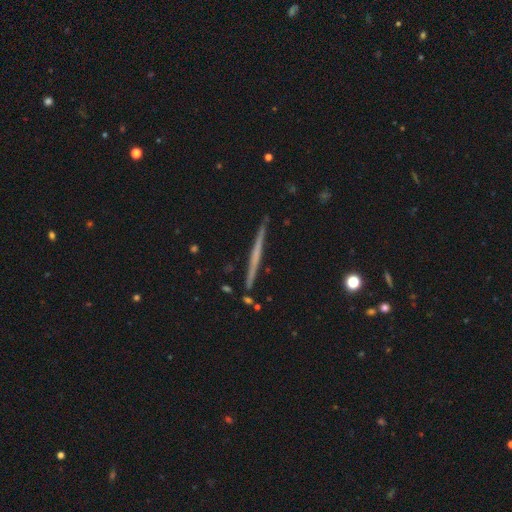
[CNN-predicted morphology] smooth_or_featured: featured or disk (p=0.62) [alt: smooth p=0.32]
disk_edge_on: yes (p=0.98) [alt: no p=0.02]
edge_on_bulge: none (p=0.85) [alt: rounded p=0.11]
merging: none (p=0.91) [alt: minor disturbance p=0.06]